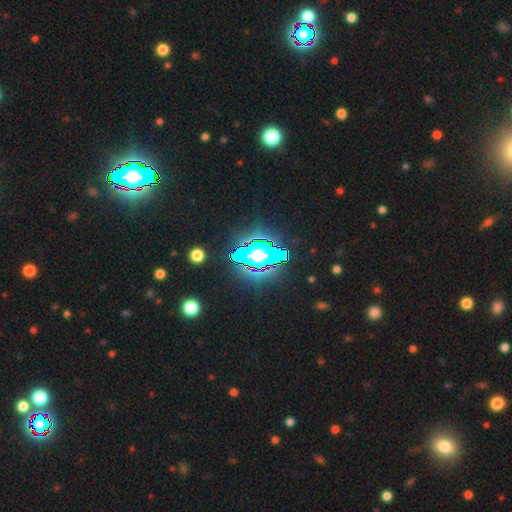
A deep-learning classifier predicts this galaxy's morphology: A star or artifact, not a galaxy (78%).

Vote fractions:
- Smooth or featured? star or artifact: 78% / smooth: 12% / featured or disk: 10%